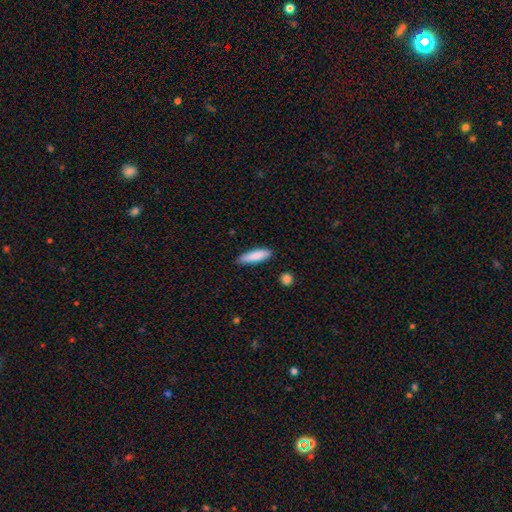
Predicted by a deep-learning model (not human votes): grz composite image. It shows a smooth galaxy with no disk features (86%) that is cigar-shaped (64%). Merging: none (84%).